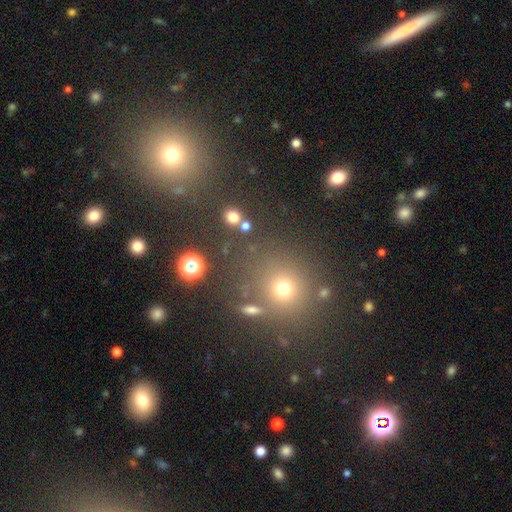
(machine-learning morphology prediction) Overall: smooth (46%; star or artifact 44%). Merging: none (79%).